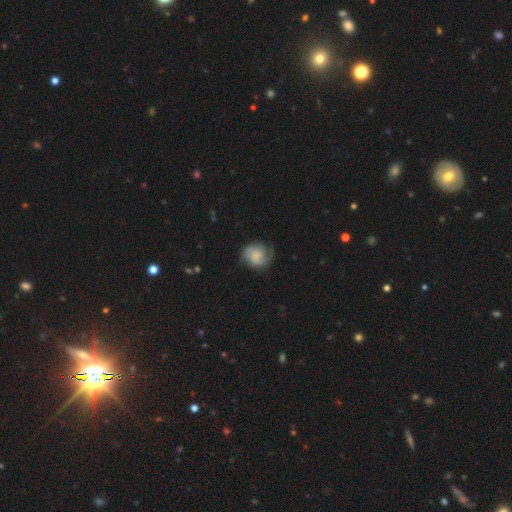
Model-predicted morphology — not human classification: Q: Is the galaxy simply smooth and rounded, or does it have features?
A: featured or disk — 56%.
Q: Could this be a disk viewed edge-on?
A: no — 98%.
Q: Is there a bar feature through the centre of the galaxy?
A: no — 68%.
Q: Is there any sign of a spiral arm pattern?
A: yes — 91%.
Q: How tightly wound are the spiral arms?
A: medium — 44%.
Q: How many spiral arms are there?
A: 2 — 64%.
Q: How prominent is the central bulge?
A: small — 41%.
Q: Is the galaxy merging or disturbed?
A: none — 68%.